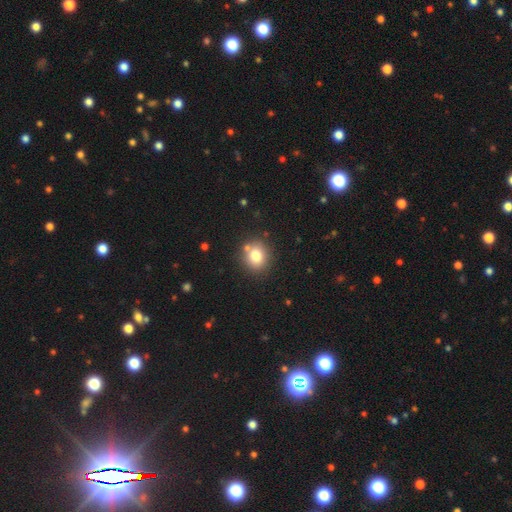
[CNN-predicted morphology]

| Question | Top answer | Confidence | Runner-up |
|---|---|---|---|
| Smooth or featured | smooth | 78% | star or artifact (12%) |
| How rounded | round | 78% | in between (21%) |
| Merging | none | 79% | minor disturbance (10%) |